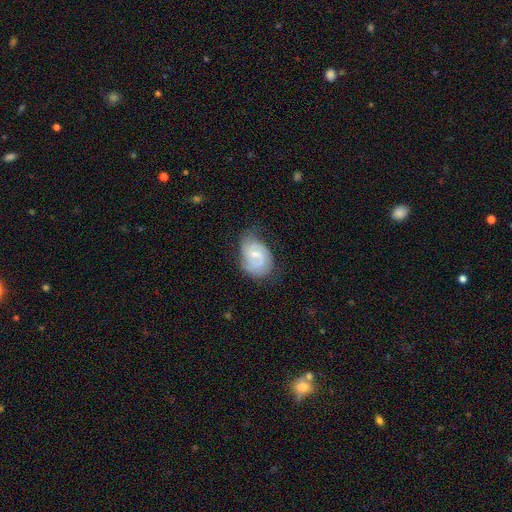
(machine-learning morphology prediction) smooth_or_featured: featured or disk (p=0.71) [alt: smooth p=0.23]
disk_edge_on: no (p=0.98) [alt: yes p=0.02]
bar: weak (p=0.58) [alt: no p=0.30]
has_spiral_arms: yes (p=0.92) [alt: no p=0.08]
spiral_winding: tight (p=0.45) [alt: medium p=0.42]
spiral_arm_count: 2 (p=0.64) [alt: can't tell p=0.17]
bulge_size: small (p=0.53) [alt: moderate p=0.37]
merging: none (p=0.60) [alt: minor disturbance p=0.28]